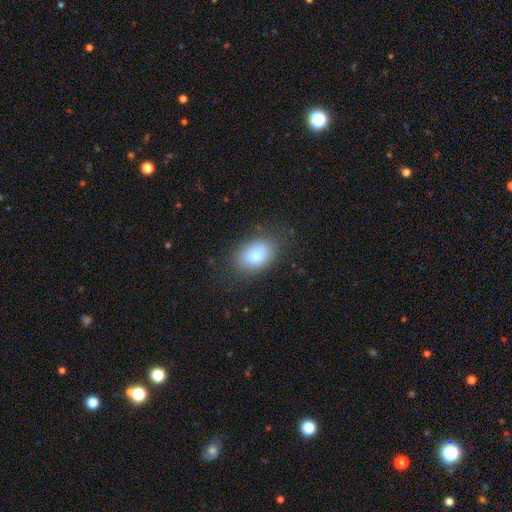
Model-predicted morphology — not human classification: This is likely a smooth galaxy (79%). How rounded: clearly in between (81%). Merging: clearly none (80%).